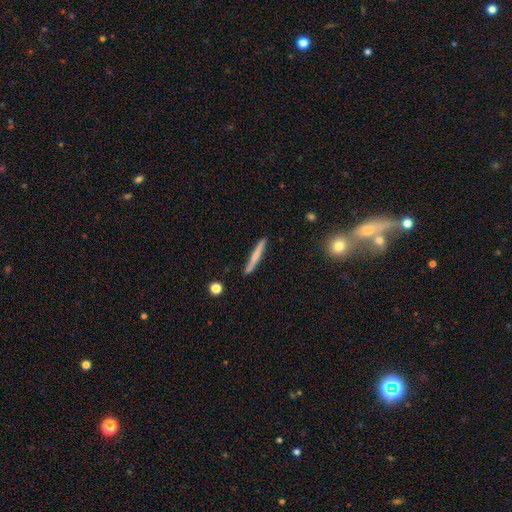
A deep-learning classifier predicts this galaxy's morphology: smooth-or-featured: smooth: 54% | featured or disk: 39% | star or artifact: 6%
  how-rounded: cigar-shaped: 96% | in between: 3% | round: 2%
  merging: none: 89% | minor disturbance: 8% | merger: 2% | major disturbance: 2%